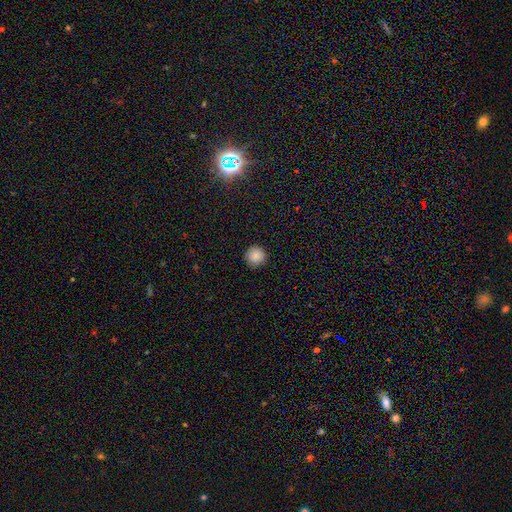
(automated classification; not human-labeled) smooth 87%, star or artifact 9%, featured or disk 4%. Down the decision tree: how rounded — round (96%); merging — none (92%).